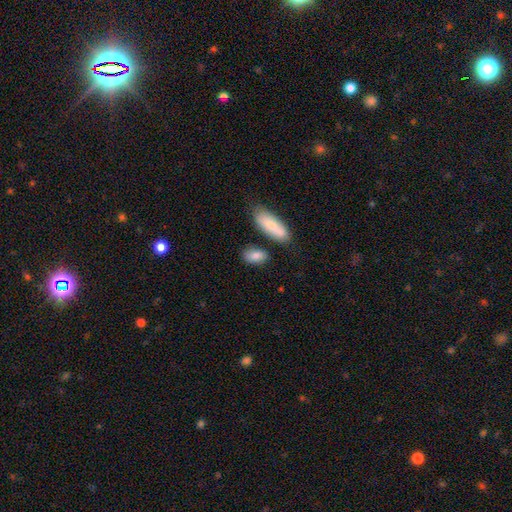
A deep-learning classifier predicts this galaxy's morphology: This appears to be a smooth galaxy with no disk features (83%) that is in between round and cigar-shaped (86%). Merging: none (69%).